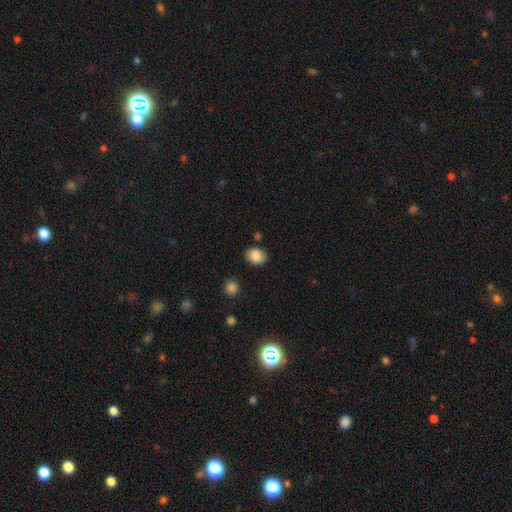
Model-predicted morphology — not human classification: Smooth or featured?
  - smooth: 86% *
  - star or artifact: 8%
  - featured or disk: 6%
How rounded?
  - in between: 56% *
  - round: 44%
  - cigar-shaped: 1%
Merging?
  - none: 83% *
  - minor disturbance: 11%
  - merger: 3%
  - major disturbance: 3%